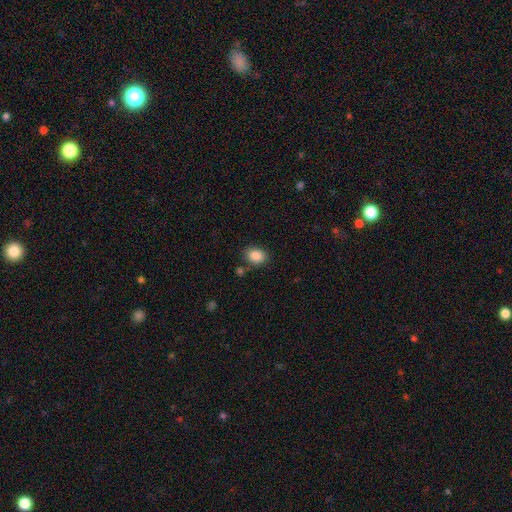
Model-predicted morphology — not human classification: Smooth or featured? smooth (87%)
How rounded? in between (66%)
Merging? none (80%)